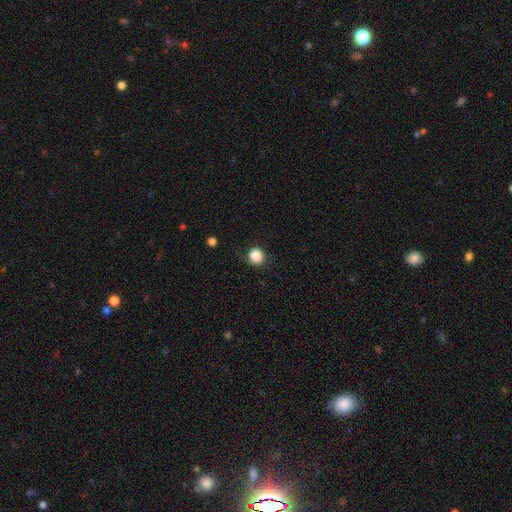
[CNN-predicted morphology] smooth_or_featured: smooth (p=0.87) [alt: star or artifact p=0.10]
how_rounded: round (p=0.85) [alt: in between p=0.15]
merging: none (p=0.85) [alt: minor disturbance p=0.10]